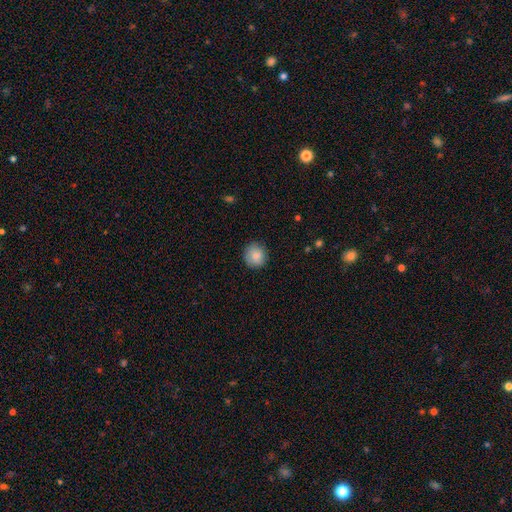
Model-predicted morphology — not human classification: Overall: smooth (86%). How rounded: round (91%). Merging: none (85%).